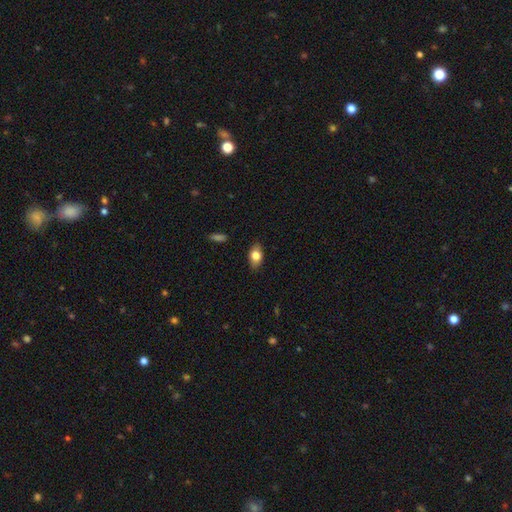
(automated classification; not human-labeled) A smooth galaxy with no disk features (78%) that is in between round and cigar-shaped (85%).

Vote fractions:
- Smooth or featured? smooth: 78% / featured or disk: 14% / star or artifact: 8%
- How rounded? in between: 85% / round: 12% / cigar-shaped: 3%
- Merging? none: 85% / minor disturbance: 12% / major disturbance: 2% / merger: 1%